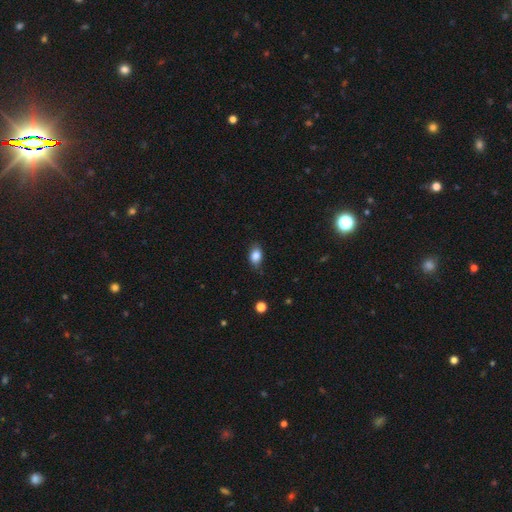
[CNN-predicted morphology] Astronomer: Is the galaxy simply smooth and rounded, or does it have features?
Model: smooth — 85%.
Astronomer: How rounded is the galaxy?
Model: in between — 82%.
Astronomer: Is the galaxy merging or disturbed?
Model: none — 79%.